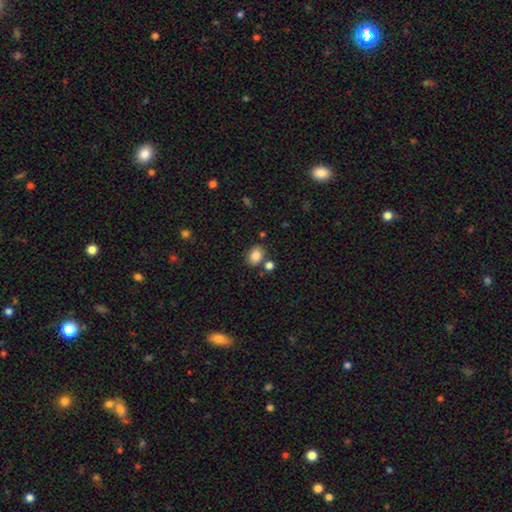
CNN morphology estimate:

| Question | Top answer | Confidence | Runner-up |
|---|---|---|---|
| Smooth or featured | smooth | 85% | star or artifact (9%) |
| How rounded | in between | 67% | round (32%) |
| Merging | none | 74% | minor disturbance (11%) |